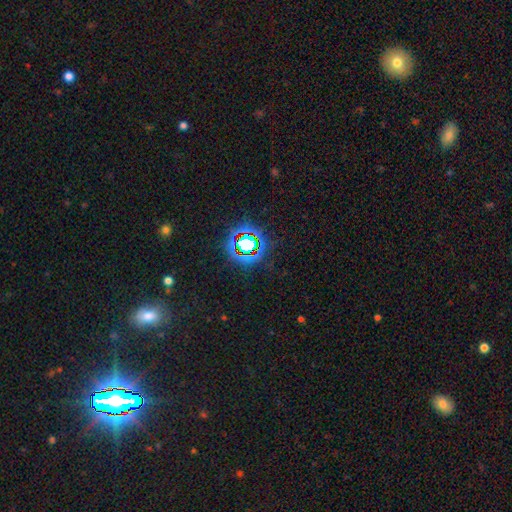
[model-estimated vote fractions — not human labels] A star or artifact, not a galaxy (78%).

Vote fractions:
- Smooth or featured? star or artifact: 78% / smooth: 13% / featured or disk: 9%